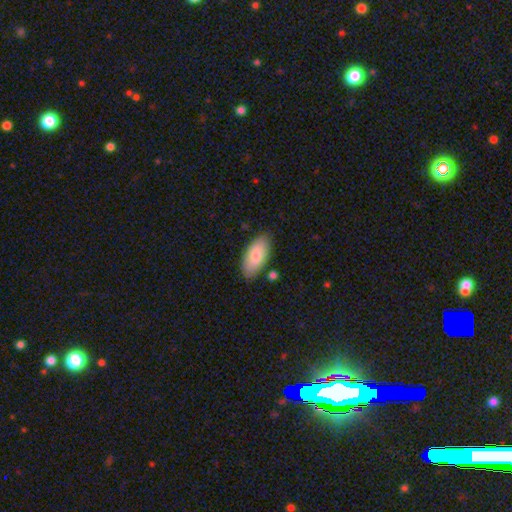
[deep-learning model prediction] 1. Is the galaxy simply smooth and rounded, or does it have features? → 81% smooth, 13% featured or disk, 6% star or artifact.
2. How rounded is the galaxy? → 92% in between, 6% cigar-shaped, 2% round.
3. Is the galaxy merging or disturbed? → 81% none, 13% minor disturbance, 3% merger, 3% major disturbance.